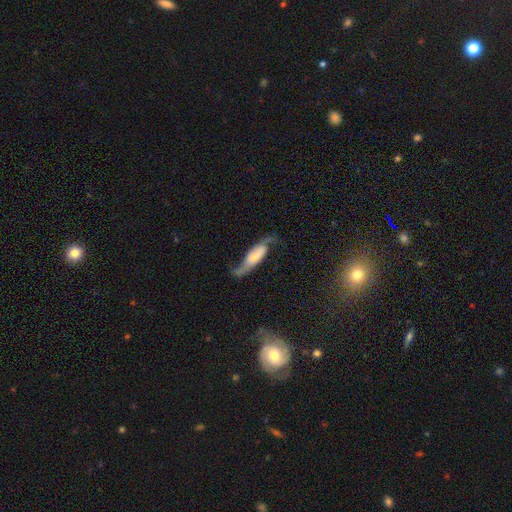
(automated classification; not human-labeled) Overall: featured or disk (70%). Edge-on disk: no (78%). Bar: no (47%; weak 31%). Spiral arms: yes (91%). Bulge size: small (41%; moderate 32%). Merging: none (58%; minor disturbance 23%).